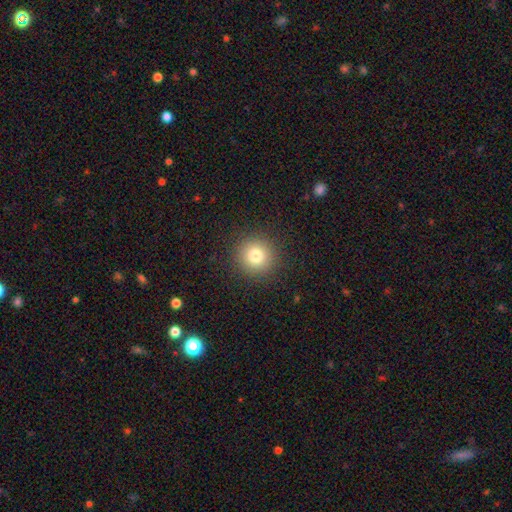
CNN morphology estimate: Smooth or featured? Predicted: smooth (p=0.79). How rounded? Predicted: round (p=0.94). Merging? Predicted: none (p=0.91).